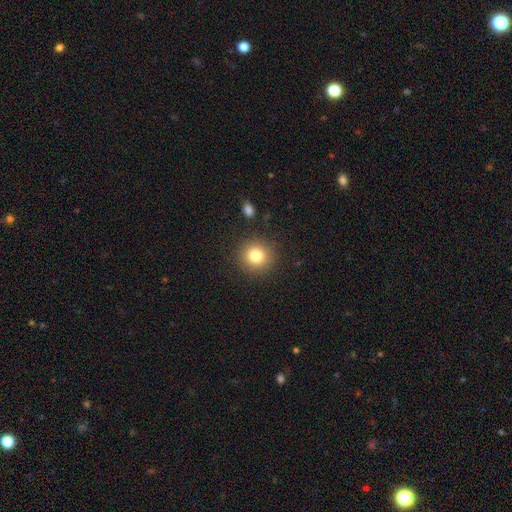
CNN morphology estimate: Smooth or featured?
  - smooth: 81% *
  - star or artifact: 11%
  - featured or disk: 8%
How rounded?
  - round: 92% *
  - in between: 7%
  - cigar-shaped: 1%
Merging?
  - none: 89% *
  - minor disturbance: 7%
  - major disturbance: 3%
  - merger: 2%